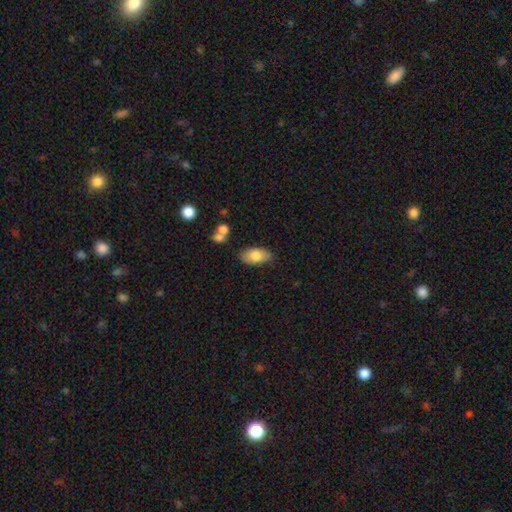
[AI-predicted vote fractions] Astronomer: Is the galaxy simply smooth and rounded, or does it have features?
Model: smooth — 77%.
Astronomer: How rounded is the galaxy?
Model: in between — 93%.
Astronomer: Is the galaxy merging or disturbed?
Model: none — 82%.